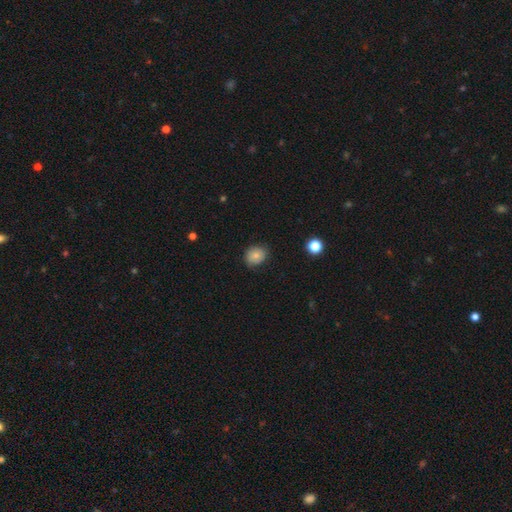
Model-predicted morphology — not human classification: Smooth or featured?
  - smooth: 74% *
  - featured or disk: 16%
  - star or artifact: 10%
How rounded?
  - round: 68% *
  - in between: 31%
  - cigar-shaped: 1%
Merging?
  - none: 75% *
  - minor disturbance: 19%
  - major disturbance: 4%
  - merger: 1%